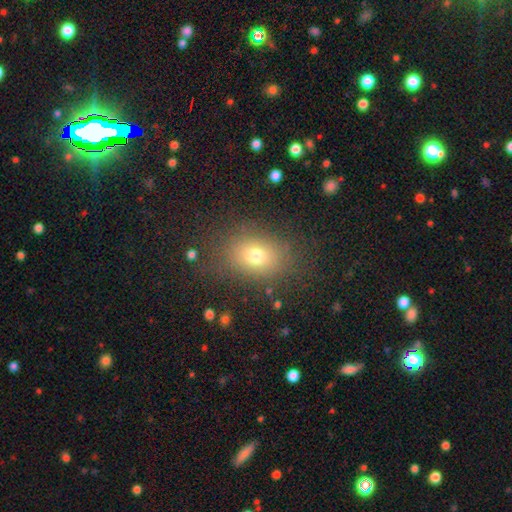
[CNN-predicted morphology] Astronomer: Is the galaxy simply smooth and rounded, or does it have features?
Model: smooth — 74%.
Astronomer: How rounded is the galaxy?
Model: in between — 64%.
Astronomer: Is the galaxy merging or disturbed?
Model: none — 81%.